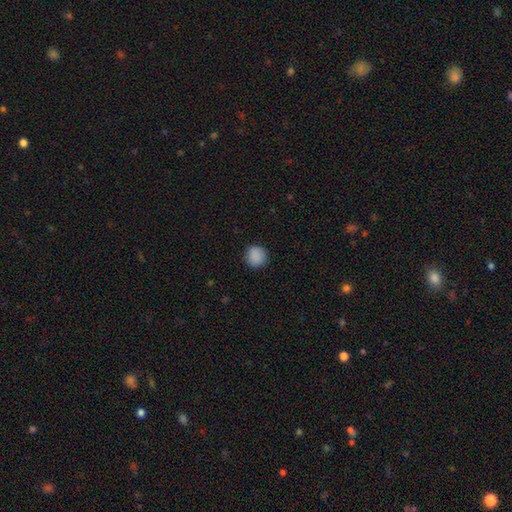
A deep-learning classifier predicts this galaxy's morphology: Smooth or featured? Predicted: smooth (p=0.89). How rounded? Predicted: round (p=0.92). Merging? Predicted: none (p=0.90).